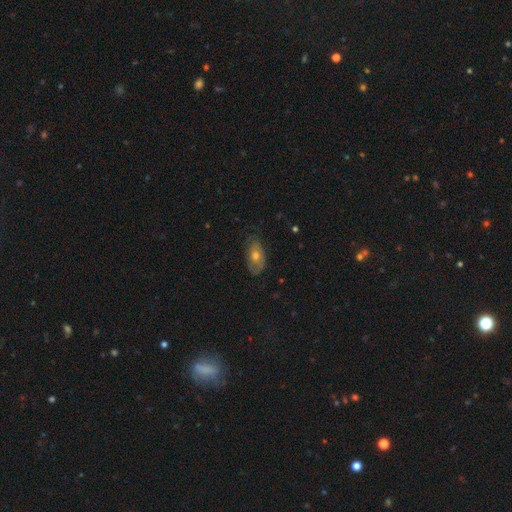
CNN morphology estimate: smooth-or-featured: featured or disk: 50% | smooth: 39% | star or artifact: 10%
  disk-edge-on: no: 88% | yes: 12%
  merging: none: 72% | minor disturbance: 21% | major disturbance: 6% | merger: 1%